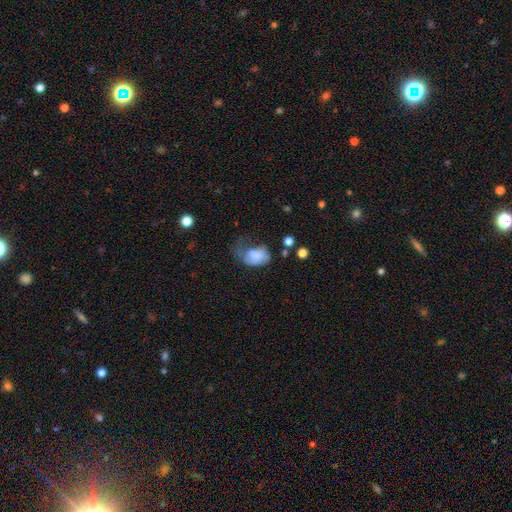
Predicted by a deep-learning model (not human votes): Overall: smooth (69%). How rounded: in between (80%). Merging: major disturbance (54%; minor disturbance 22%).